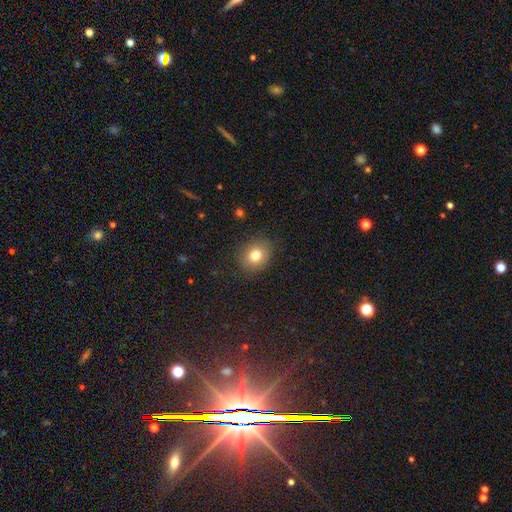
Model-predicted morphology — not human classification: Overall: smooth (79%). How rounded: round (69%; in between 30%). Merging: none (87%).